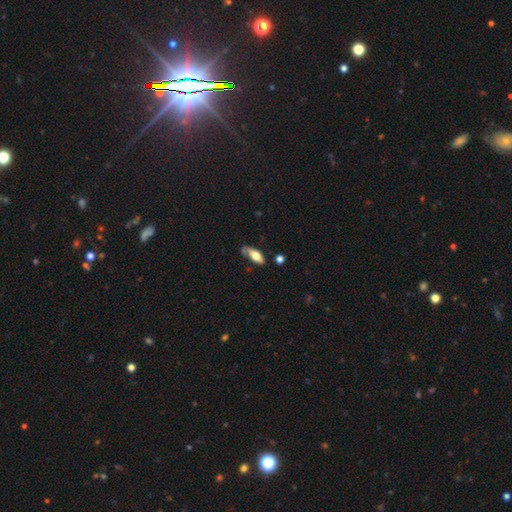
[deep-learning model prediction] Morphology: type=smooth (64%); roundness=in between (77%); merging=none (54%).